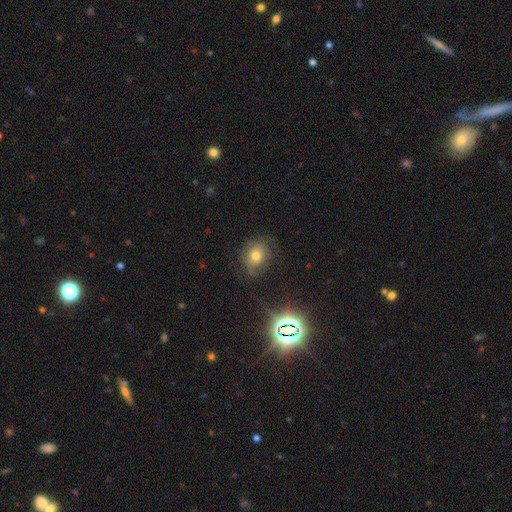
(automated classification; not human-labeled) smooth 59%, featured or disk 22%, star or artifact 19%. Down the decision tree: how rounded — round (56%); merging — none (64%).